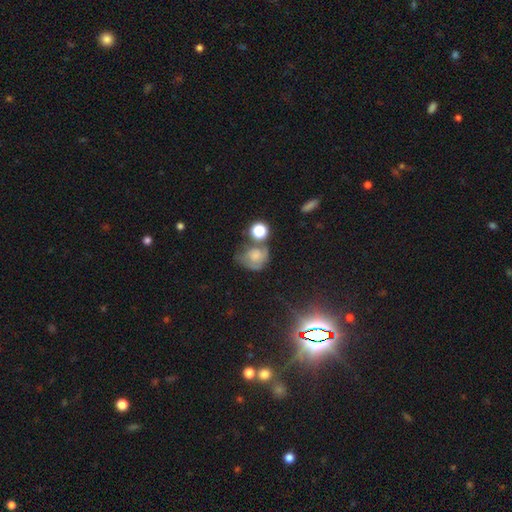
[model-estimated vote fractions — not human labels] Smooth or featured? smooth (55%)
How rounded? round (63%)
Merging? none (31%)